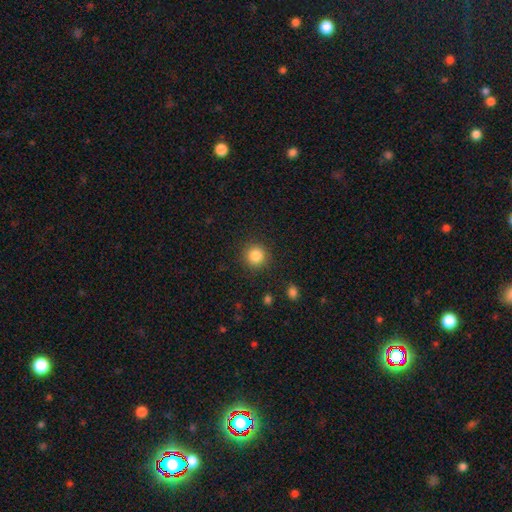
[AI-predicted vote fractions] Q: Smooth or featured?
A: smooth (85%); runner-up: star or artifact (10%)
Q: How rounded?
A: round (94%); runner-up: in between (5%)
Q: Merging?
A: none (90%); runner-up: minor disturbance (6%)